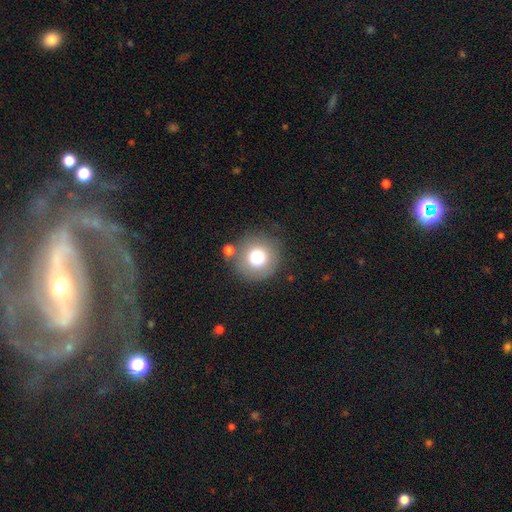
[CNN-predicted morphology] smooth 76%, featured or disk 13%, star or artifact 11%. Down the decision tree: how rounded — round (94%); merging — none (80%).